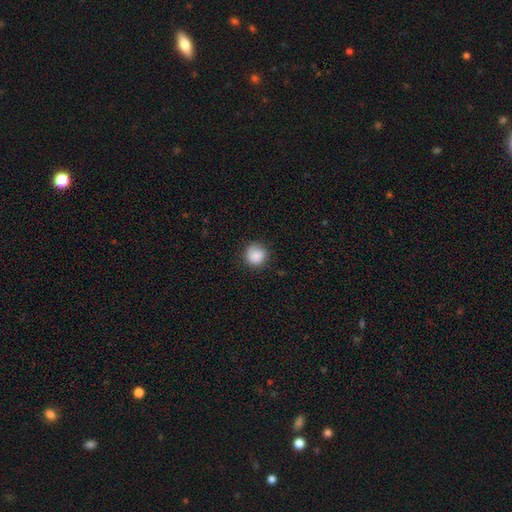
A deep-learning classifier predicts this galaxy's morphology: smooth-or-featured: smooth: 87% | star or artifact: 9% | featured or disk: 4%
  how-rounded: round: 89% | in between: 10% | cigar-shaped: 1%
  merging: none: 81% | minor disturbance: 14% | major disturbance: 3% | merger: 1%